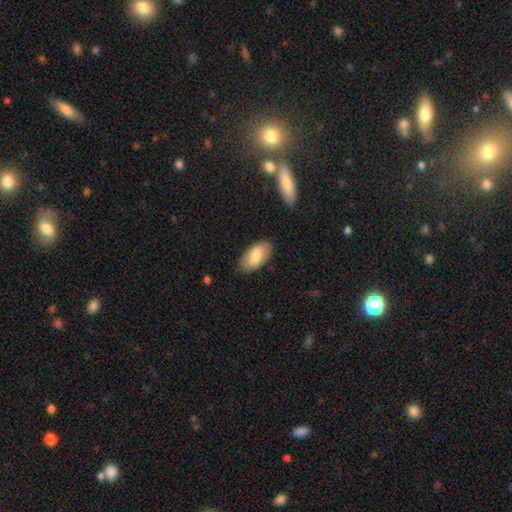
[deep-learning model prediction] This is clearly a smooth galaxy (82%). How rounded: clearly in between (95%). Merging: clearly none (85%).